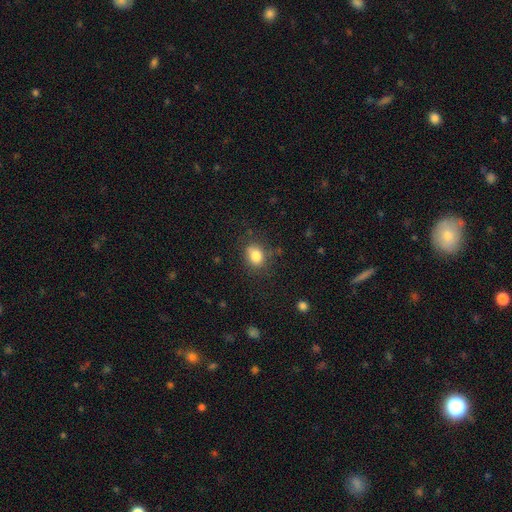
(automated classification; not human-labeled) Q: Smooth or featured?
A: smooth (83%); runner-up: star or artifact (10%)
Q: How rounded?
A: in between (55%); runner-up: round (44%)
Q: Merging?
A: none (76%); runner-up: minor disturbance (17%)